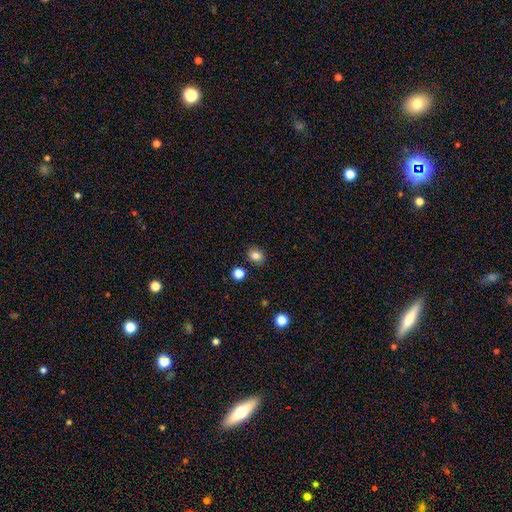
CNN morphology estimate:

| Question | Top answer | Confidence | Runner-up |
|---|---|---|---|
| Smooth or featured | smooth | 82% | star or artifact (12%) |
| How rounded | round | 56% | in between (43%) |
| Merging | none | 84% | minor disturbance (10%) |